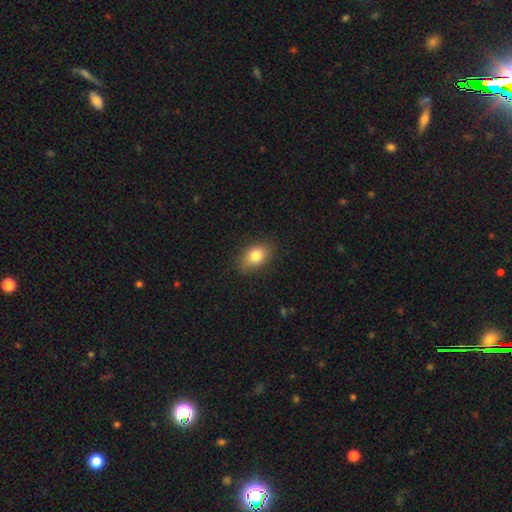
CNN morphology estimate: The model was most divided on "how rounded": in between: 80%, round: 18%, cigar-shaped: 2%. More confident: merging — none (83%); smooth or featured — smooth (81%).